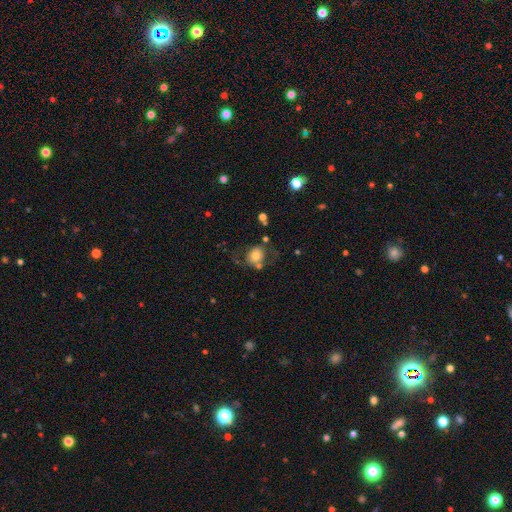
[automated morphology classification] smooth 69%, featured or disk 21%, star or artifact 10%. Down the decision tree: how rounded — round (67%); merging — none (55%).